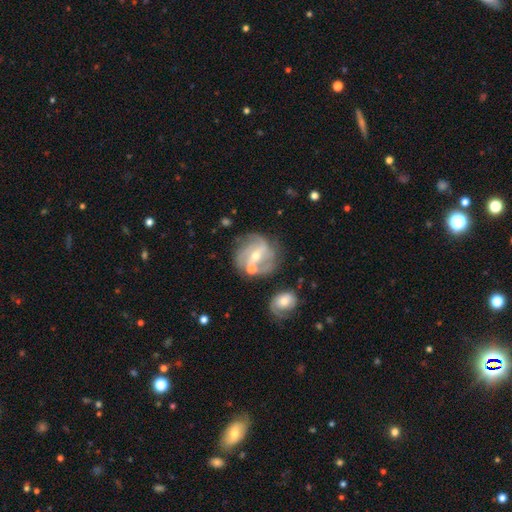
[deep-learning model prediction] smooth_or_featured: featured or disk (p=0.79) [alt: smooth p=0.14]
disk_edge_on: no (p=0.96) [alt: yes p=0.04]
bar: weak (p=0.45) [alt: strong p=0.28]
has_spiral_arms: yes (p=0.89) [alt: no p=0.11]
spiral_winding: medium (p=0.42) [alt: tight p=0.39]
spiral_arm_count: 2 (p=0.34) [alt: 3 p=0.26]
bulge_size: moderate (p=0.50) [alt: small p=0.46]
merging: none (p=0.62) [alt: minor disturbance p=0.17]